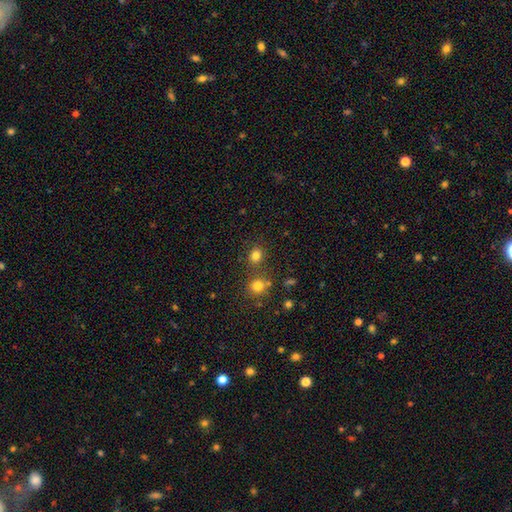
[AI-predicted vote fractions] Overall: smooth (79%). How rounded: round (72%). Merging: none (72%).